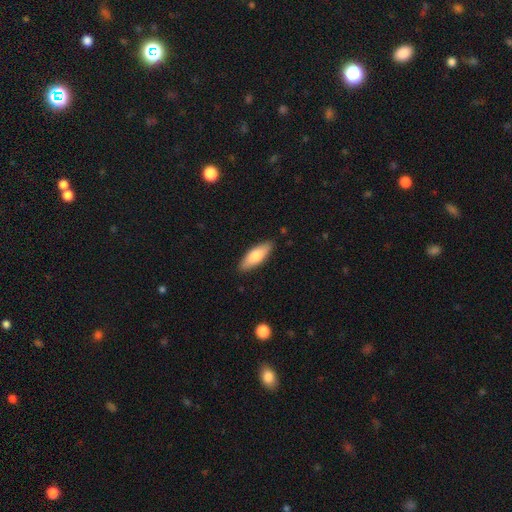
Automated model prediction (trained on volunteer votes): smooth_or_featured: smooth (p=0.75) [alt: featured or disk p=0.19]
how_rounded: in between (p=0.66) [alt: cigar-shaped p=0.32]
merging: none (p=0.87) [alt: minor disturbance p=0.10]